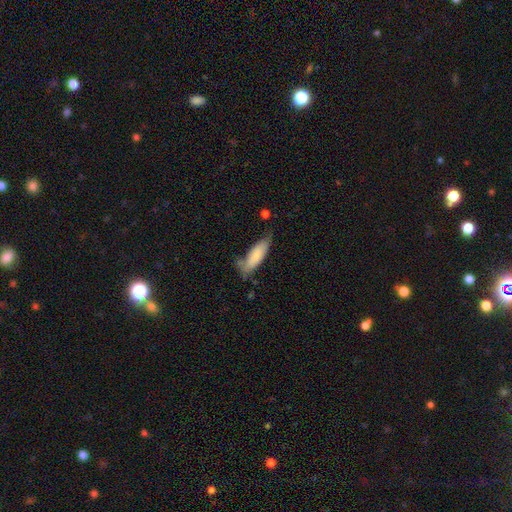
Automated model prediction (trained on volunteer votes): smooth 79%, featured or disk 15%, star or artifact 6%. Down the decision tree: how rounded — in between (50%); merging — none (56%).